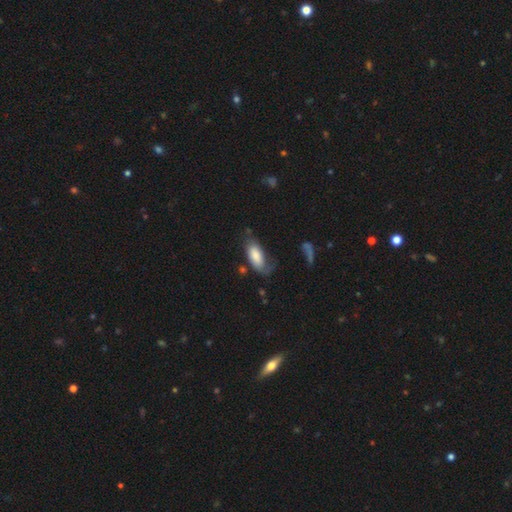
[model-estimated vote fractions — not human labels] Smooth or featured: smooth — 76% (featured or disk — 17%)
How rounded: in between — 87% (cigar-shaped — 10%)
Merging: none — 47% (minor disturbance — 30%)